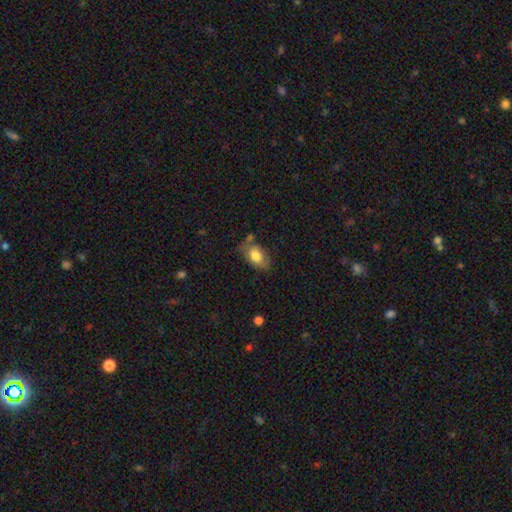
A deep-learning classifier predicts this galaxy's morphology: Smooth or featured: smooth — 75% (featured or disk — 18%)
How rounded: in between — 87% (round — 11%)
Merging: none — 54% (minor disturbance — 29%)